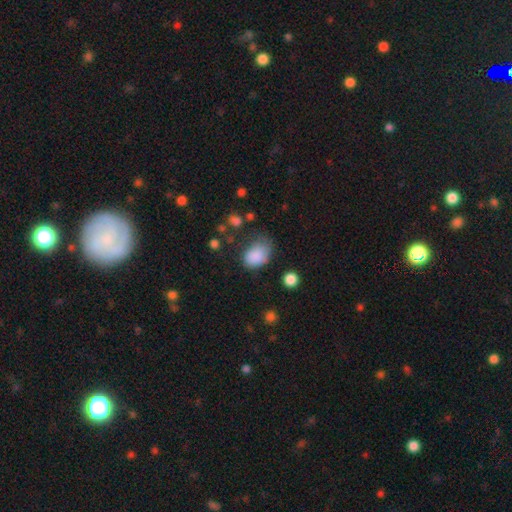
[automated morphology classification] smooth_or_featured: smooth (p=0.85) [alt: star or artifact p=0.08]
how_rounded: in between (p=0.77) [alt: round p=0.22]
merging: none (p=0.44) [alt: minor disturbance p=0.35]